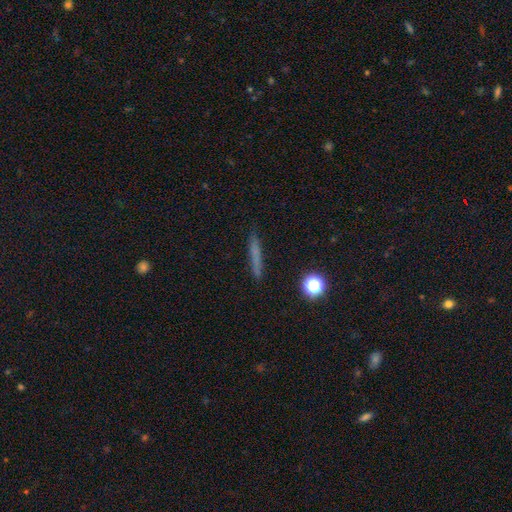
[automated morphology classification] A smooth galaxy with no disk features (64%) that is cigar-shaped (93%). Merging: none (88%).